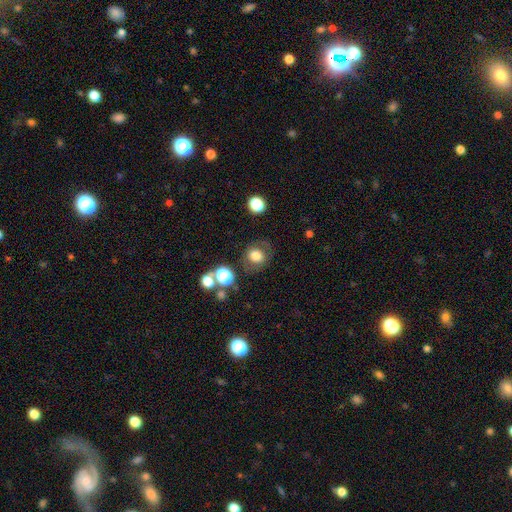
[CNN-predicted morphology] A smooth galaxy with no disk features (75%) that is round (80%).

Vote fractions:
- Smooth or featured? smooth: 75% / featured or disk: 13% / star or artifact: 12%
- How rounded? round: 80% / in between: 19% / cigar-shaped: 1%
- Merging? none: 74% / minor disturbance: 15% / major disturbance: 7% / merger: 4%